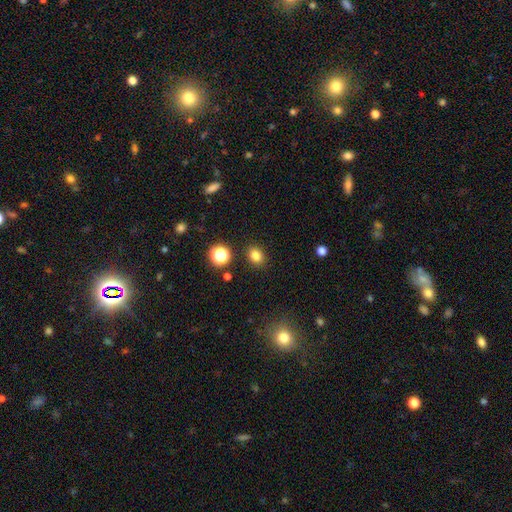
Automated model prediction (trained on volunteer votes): This is clearly a smooth galaxy (81%). How rounded: possibly round (51%). Merging: clearly none (88%).